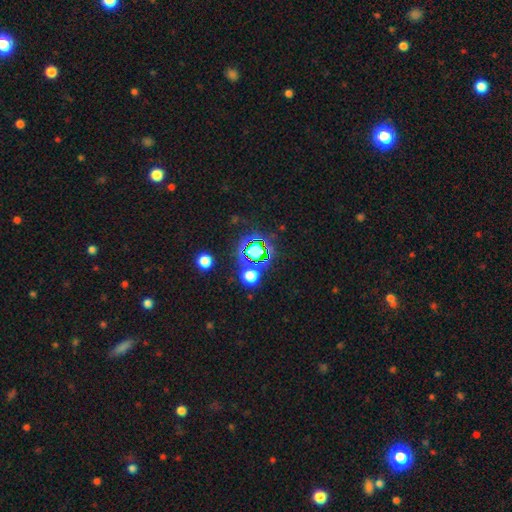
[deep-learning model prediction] smooth-or-featured: star or artifact: 59% | smooth: 31% | featured or disk: 10%